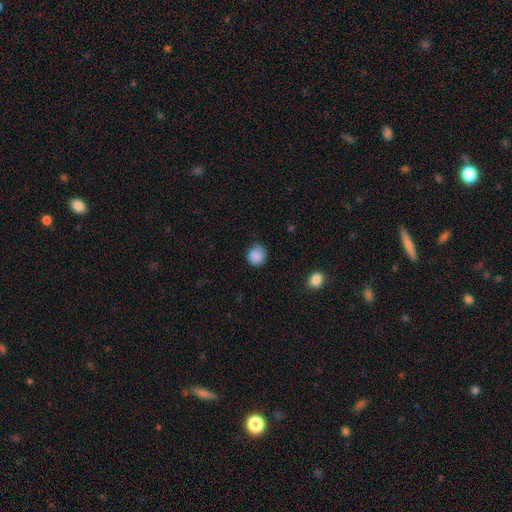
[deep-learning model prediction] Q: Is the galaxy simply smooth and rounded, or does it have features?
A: smooth — 87%.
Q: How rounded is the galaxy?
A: round — 84%.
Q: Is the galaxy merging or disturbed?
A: none — 75%.